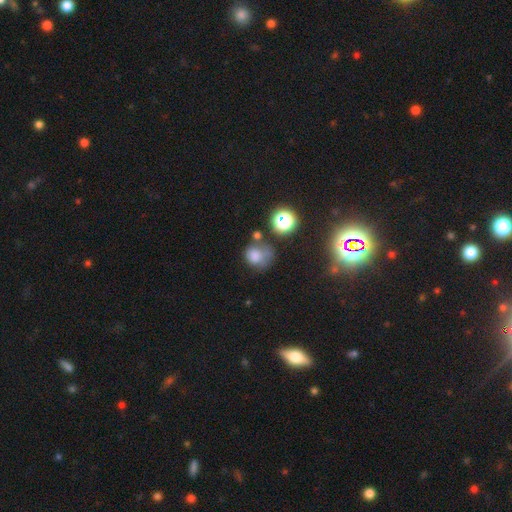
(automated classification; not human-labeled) Smooth or featured? smooth (69%)
How rounded? round (71%)
Merging? none (39%)